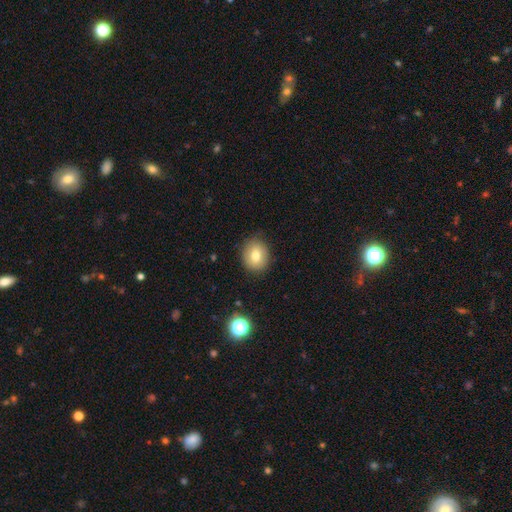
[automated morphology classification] smooth-or-featured: smooth: 77% | featured or disk: 12% | star or artifact: 10%
  how-rounded: round: 65% | in between: 34% | cigar-shaped: 1%
  merging: none: 85% | minor disturbance: 11% | major disturbance: 3% | merger: 1%